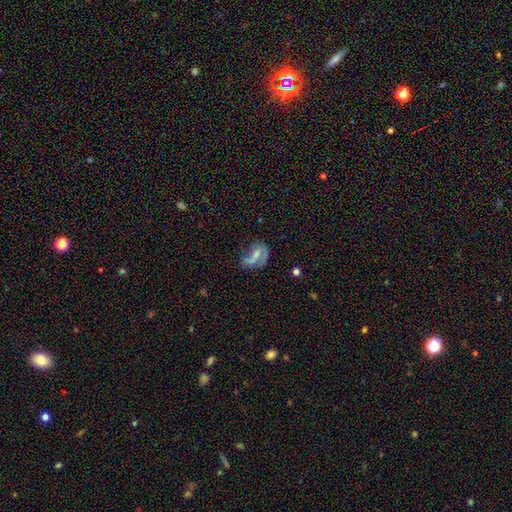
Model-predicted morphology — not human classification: A featured or disk galaxy (45%).

Vote fractions:
- Smooth or featured? featured or disk: 45% / smooth: 44% / star or artifact: 11%
- Merging? major disturbance: 32% / none: 31% / minor disturbance: 24% / merger: 12%